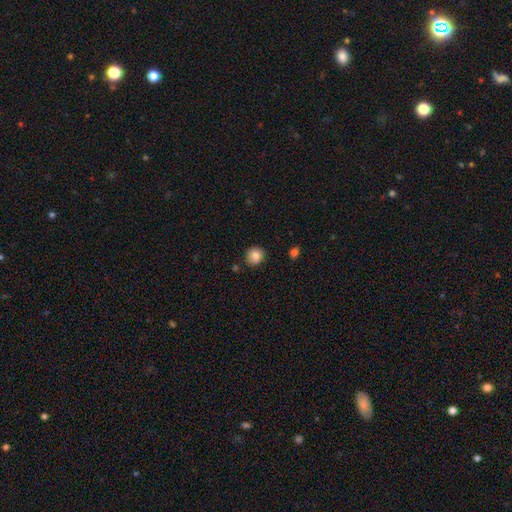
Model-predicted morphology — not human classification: A smooth galaxy with no disk features (83%) that is round (87%).

Vote fractions:
- Smooth or featured? smooth: 83% / star or artifact: 9% / featured or disk: 8%
- How rounded? round: 87% / in between: 12% / cigar-shaped: 1%
- Merging? none: 87% / minor disturbance: 9% / merger: 2% / major disturbance: 2%